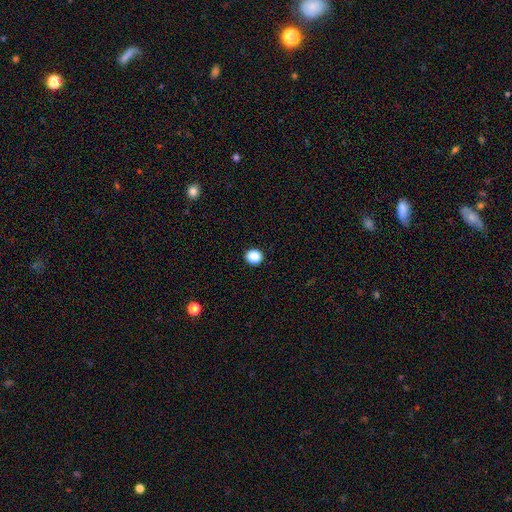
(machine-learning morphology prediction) Smooth or featured: smooth — 88% (star or artifact — 10%)
How rounded: round — 85% (in between — 14%)
Merging: none — 91% (minor disturbance — 6%)